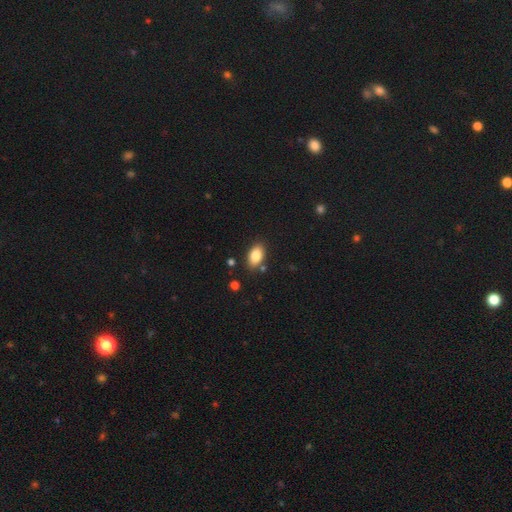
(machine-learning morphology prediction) smooth-or-featured: smooth: 84% | featured or disk: 8% | star or artifact: 8%
  how-rounded: in between: 91% | round: 7% | cigar-shaped: 3%
  merging: none: 82% | minor disturbance: 12% | merger: 4% | major disturbance: 3%